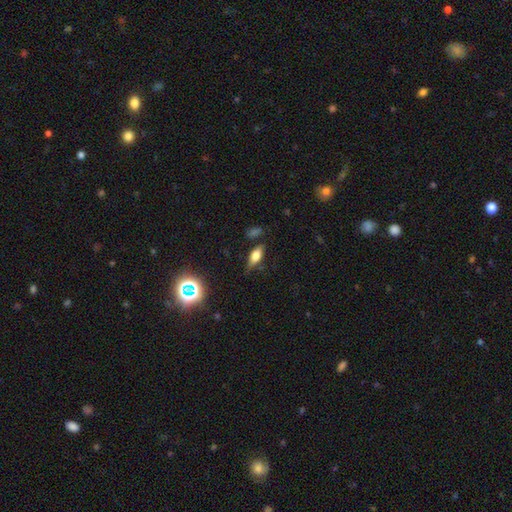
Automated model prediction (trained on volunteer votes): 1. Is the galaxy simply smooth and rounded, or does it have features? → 59% smooth, 29% featured or disk, 12% star or artifact.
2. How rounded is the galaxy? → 71% in between, 24% cigar-shaped, 5% round.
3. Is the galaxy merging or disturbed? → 73% none, 19% minor disturbance, 5% major disturbance, 3% merger.